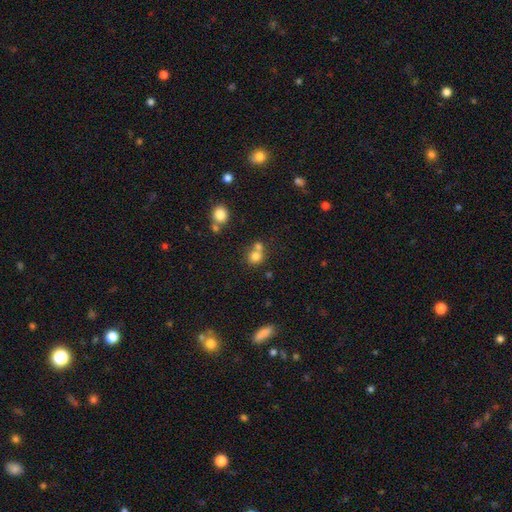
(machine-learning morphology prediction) Smooth or featured? Predicted: smooth (p=0.77). How rounded? Predicted: round (p=0.82). Merging? Predicted: none (p=0.47).